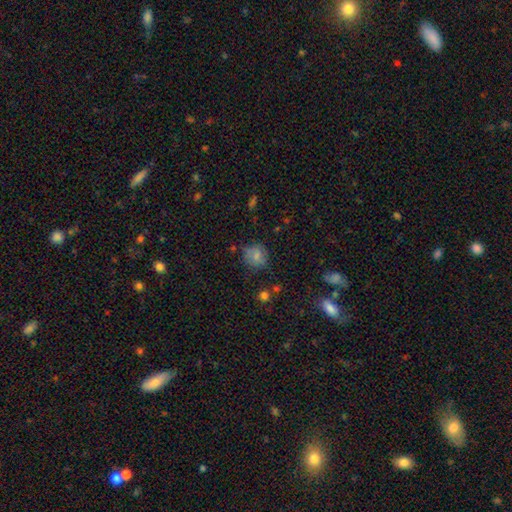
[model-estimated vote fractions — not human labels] Smooth or featured? Predicted: smooth (p=0.73). How rounded? Predicted: round (p=0.80). Merging? Predicted: none (p=0.66).